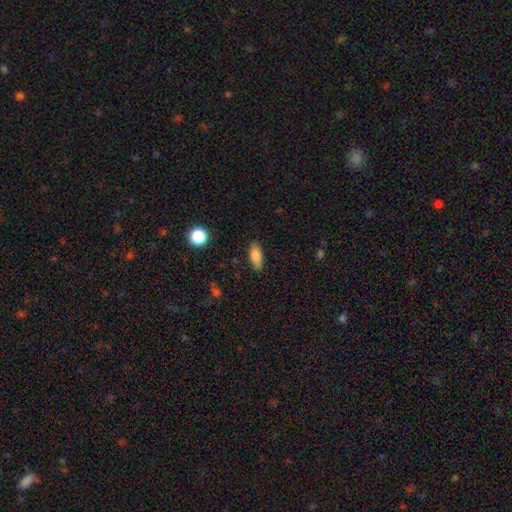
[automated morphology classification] Overall: smooth (85%). How rounded: in between (81%). Merging: none (82%).